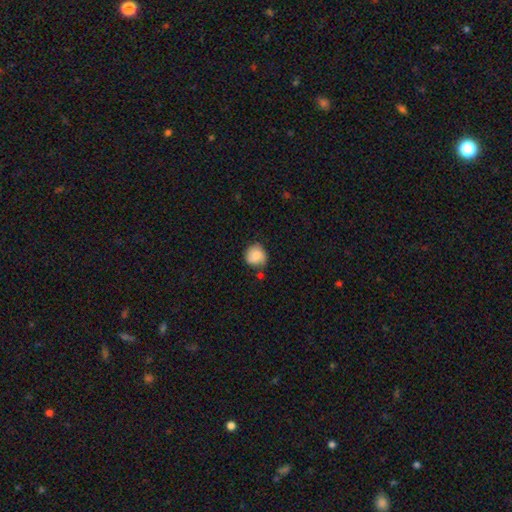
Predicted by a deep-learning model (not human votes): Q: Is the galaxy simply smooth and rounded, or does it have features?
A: smooth — 81%.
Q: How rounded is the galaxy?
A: round — 84%.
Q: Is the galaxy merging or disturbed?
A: none — 62%.